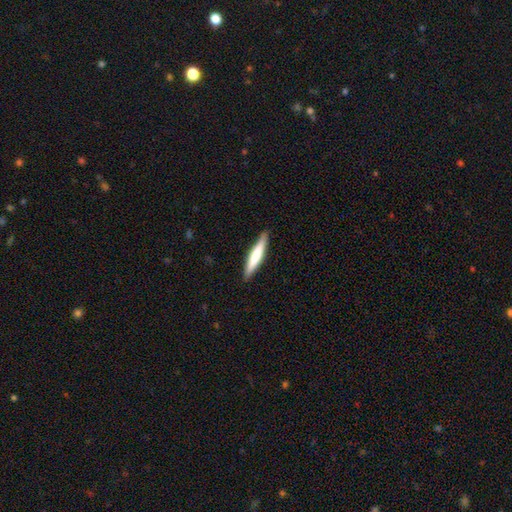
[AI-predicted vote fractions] Smooth or featured? Predicted: smooth (p=0.59). How rounded? Predicted: cigar-shaped (p=0.90). Merging? Predicted: none (p=0.89).